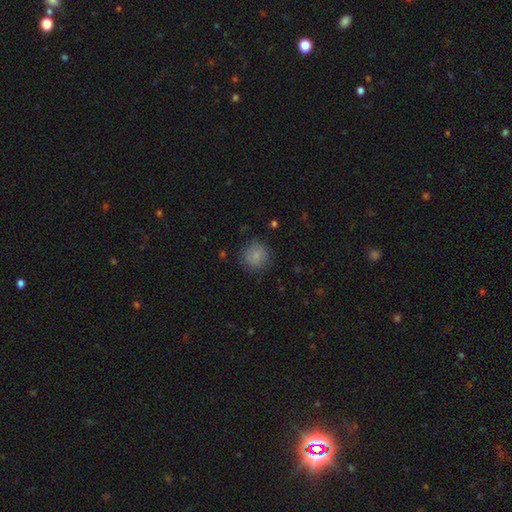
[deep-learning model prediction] smooth-or-featured: smooth: 82% | featured or disk: 9% | star or artifact: 9%
  how-rounded: round: 89% | in between: 10% | cigar-shaped: 1%
  merging: none: 82% | minor disturbance: 13% | major disturbance: 4% | merger: 1%